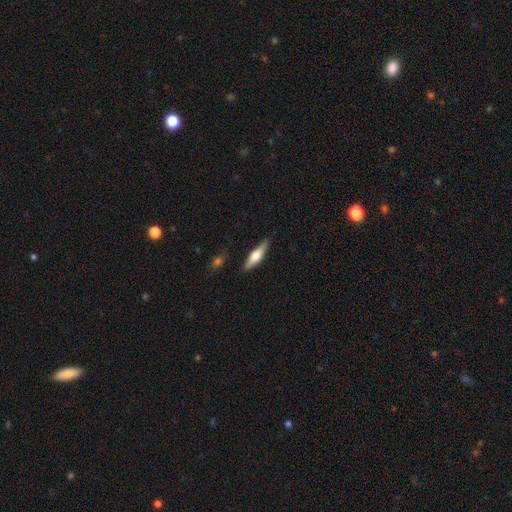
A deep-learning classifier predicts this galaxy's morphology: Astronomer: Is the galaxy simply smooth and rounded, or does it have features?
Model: smooth — 51% (runner-up: featured or disk, 43%).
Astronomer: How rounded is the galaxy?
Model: cigar-shaped — 64%.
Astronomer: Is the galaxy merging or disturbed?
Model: none — 85%.